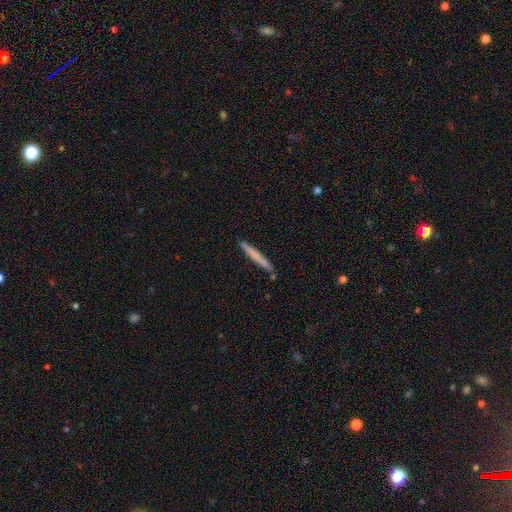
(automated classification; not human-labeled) Q: Smooth or featured?
A: smooth (68%); runner-up: featured or disk (27%)
Q: How rounded?
A: cigar-shaped (97%); runner-up: in between (2%)
Q: Merging?
A: none (88%); runner-up: minor disturbance (8%)